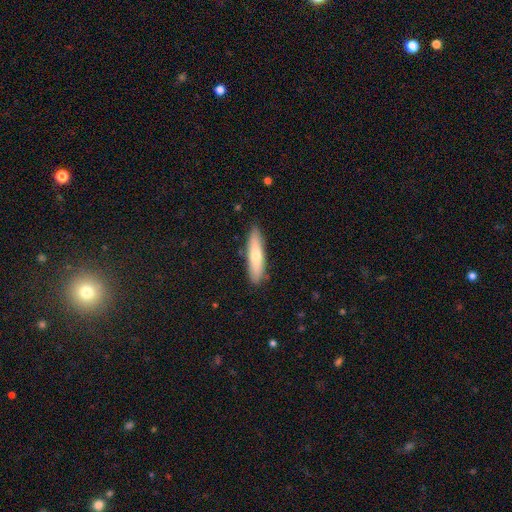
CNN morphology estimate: smooth-or-featured: smooth: 68% | featured or disk: 27% | star or artifact: 5%
  how-rounded: cigar-shaped: 76% | in between: 23% | round: 2%
  merging: none: 87% | minor disturbance: 10% | major disturbance: 2% | merger: 1%